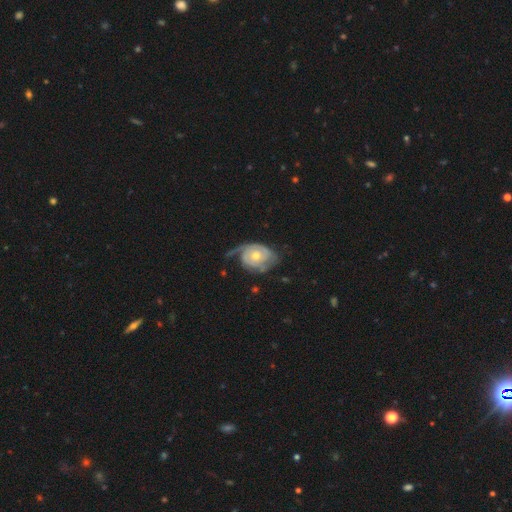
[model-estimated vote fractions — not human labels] A featured or disk galaxy (80%) with no bar (79%), 2 (45%) tight (56%) spiral arms (89%) and a moderate central bulge (64%). Merging: none (47%).